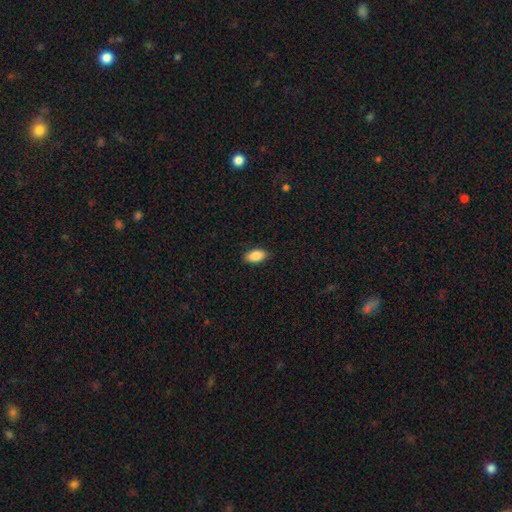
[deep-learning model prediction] smooth 87%, star or artifact 7%, featured or disk 6%. Down the decision tree: how rounded — in between (91%); merging — none (88%).